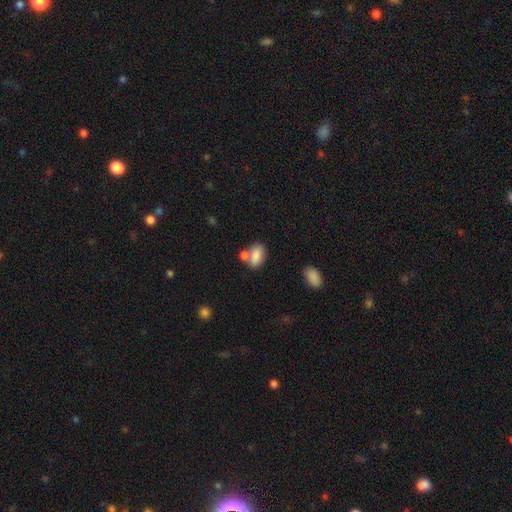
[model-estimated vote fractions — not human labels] Smooth or featured? smooth (83%)
How rounded? in between (88%)
Merging? none (51%)